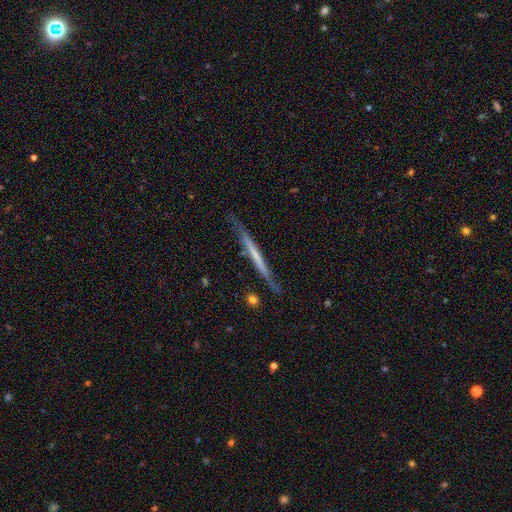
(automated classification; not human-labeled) The model was most divided on "smooth or featured": featured or disk: 58%, smooth: 36%, star or artifact: 6%. More confident: edge-on disk — yes (93%); edge-on bulge — none (85%); merging — none (73%).